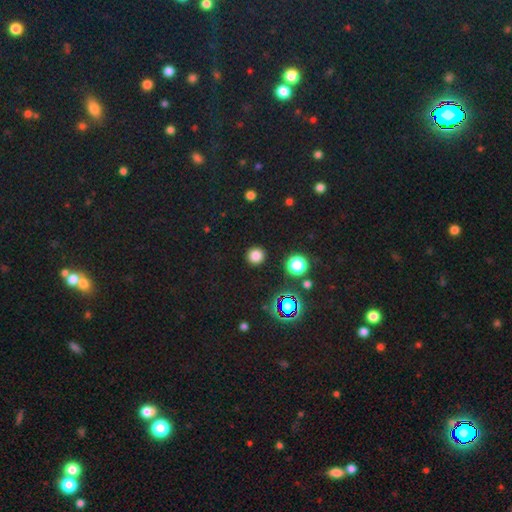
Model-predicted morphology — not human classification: smooth-or-featured: smooth: 79% | star or artifact: 17% | featured or disk: 4%
  how-rounded: round: 94% | in between: 5% | cigar-shaped: 1%
  merging: none: 91% | minor disturbance: 5% | major disturbance: 2% | merger: 1%